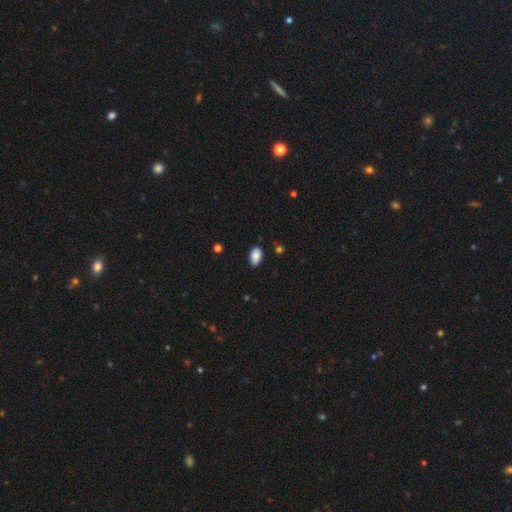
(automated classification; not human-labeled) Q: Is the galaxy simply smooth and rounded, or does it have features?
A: smooth — 88%.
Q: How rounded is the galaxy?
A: in between — 91%.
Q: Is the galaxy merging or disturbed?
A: none — 81%.